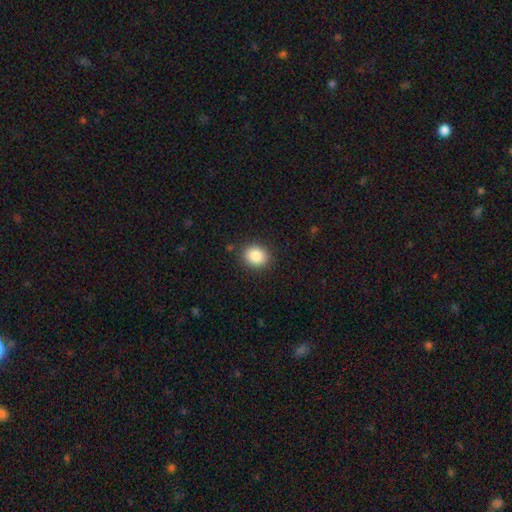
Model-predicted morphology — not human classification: smooth_or_featured: smooth (p=0.87) [alt: star or artifact p=0.09]
how_rounded: round (p=0.60) [alt: in between p=0.39]
merging: none (p=0.88) [alt: minor disturbance p=0.09]